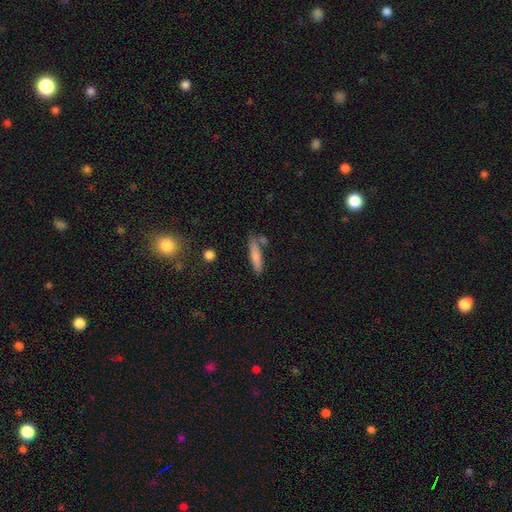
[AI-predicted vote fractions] Smooth or featured? Predicted: smooth (p=0.79). How rounded? Predicted: cigar-shaped (p=0.82). Merging? Predicted: none (p=0.70).